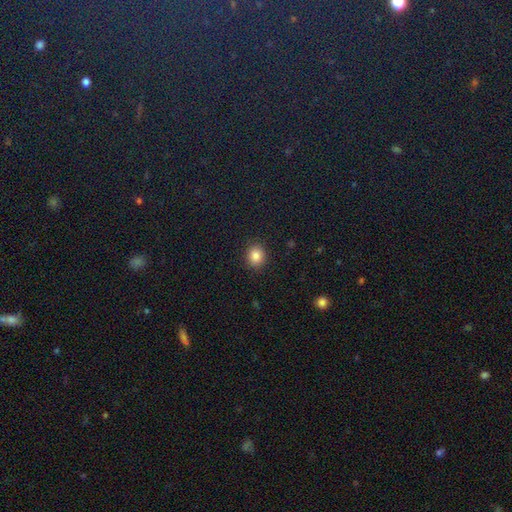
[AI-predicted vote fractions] Overall: smooth (85%). How rounded: round (80%). Merging: none (90%).